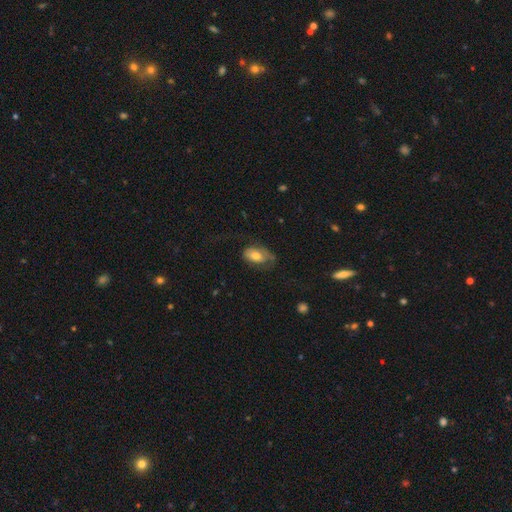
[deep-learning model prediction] Smooth or featured? smooth (62%)
How rounded? in between (91%)
Merging? none (45%)